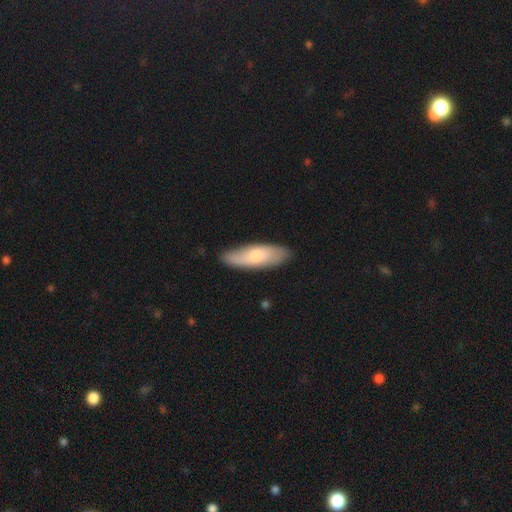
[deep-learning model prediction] Smooth or featured?
  - smooth: 68% *
  - featured or disk: 27%
  - star or artifact: 5%
How rounded?
  - in between: 56% *
  - cigar-shaped: 42%
  - round: 2%
Merging?
  - none: 83% *
  - minor disturbance: 13%
  - major disturbance: 2%
  - merger: 1%